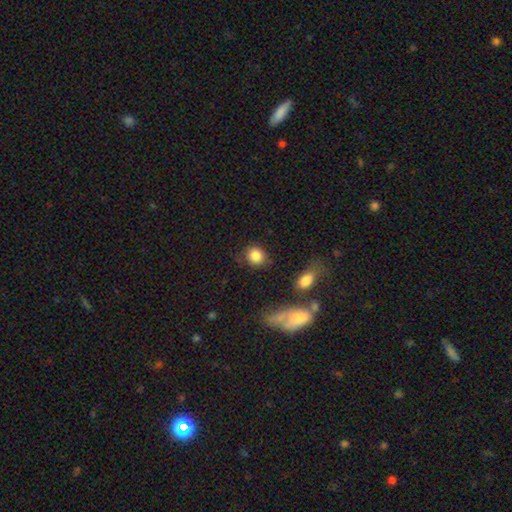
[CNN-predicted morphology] Q: Smooth or featured?
A: smooth (85%); runner-up: star or artifact (9%)
Q: How rounded?
A: round (82%); runner-up: in between (17%)
Q: Merging?
A: none (80%); runner-up: minor disturbance (12%)